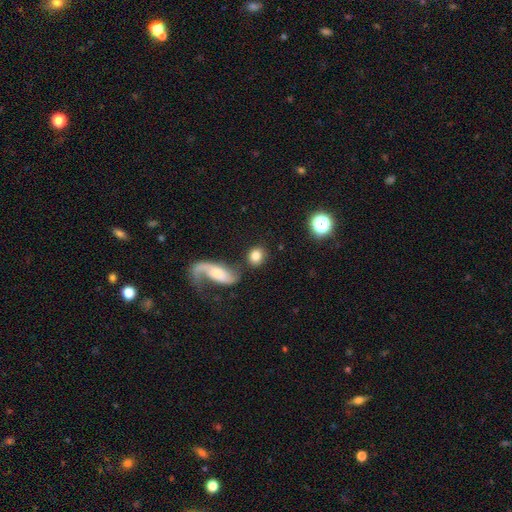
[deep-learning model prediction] This is likely a smooth galaxy (78%). How rounded: likely round (68%). Merging: likely none (67%).